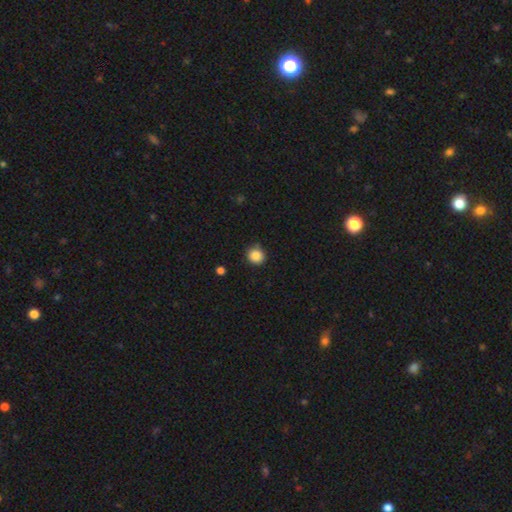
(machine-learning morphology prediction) This is clearly a smooth galaxy (86%). How rounded: clearly round (87%). Merging: clearly none (83%).